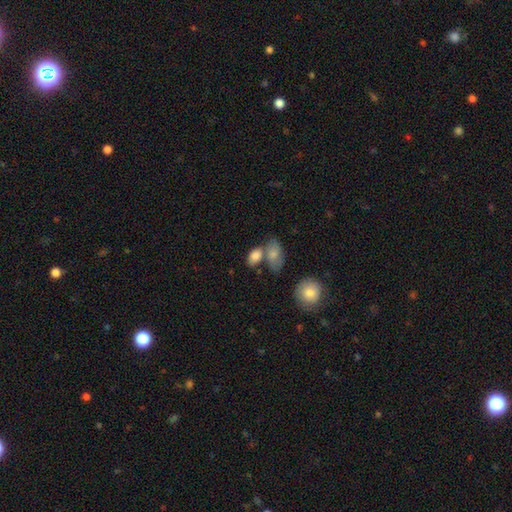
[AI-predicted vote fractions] A smooth galaxy with no disk features (83%) that is in between round and cigar-shaped (88%).

Vote fractions:
- Smooth or featured? smooth: 83% / featured or disk: 10% / star or artifact: 8%
- How rounded? in between: 88% / round: 10% / cigar-shaped: 2%
- Merging? none: 44% / merger: 36% / minor disturbance: 15% / major disturbance: 6%